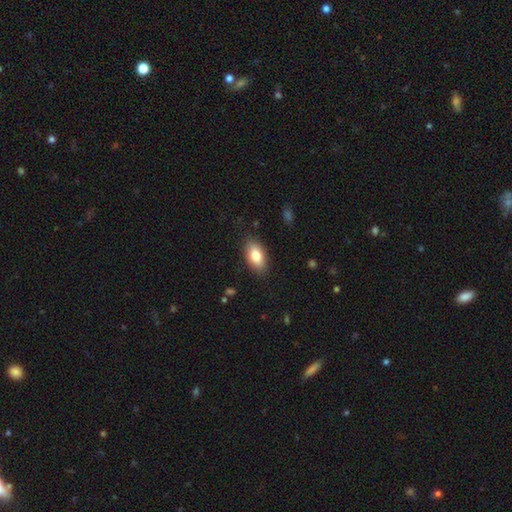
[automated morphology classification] A smooth galaxy with no disk features (81%) that is in between round and cigar-shaped (90%).

Vote fractions:
- Smooth or featured? smooth: 81% / featured or disk: 12% / star or artifact: 7%
- How rounded? in between: 90% / cigar-shaped: 6% / round: 4%
- Merging? none: 85% / minor disturbance: 11% / major disturbance: 3% / merger: 1%